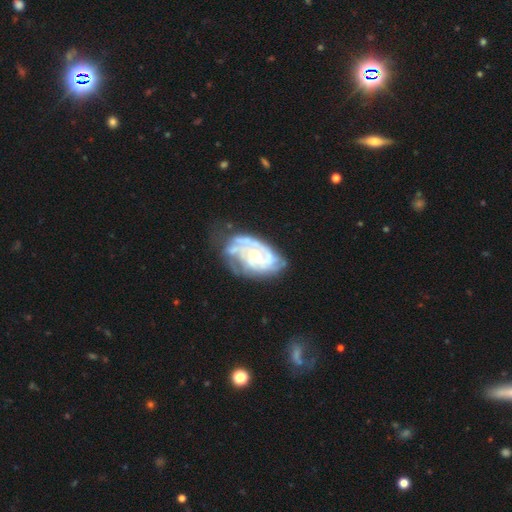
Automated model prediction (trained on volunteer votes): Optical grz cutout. It shows a featured or disk galaxy (86%) with no bar (67%), tight (65%) spiral arms (92%) and a moderate central bulge (64%). Merging: none (54%).